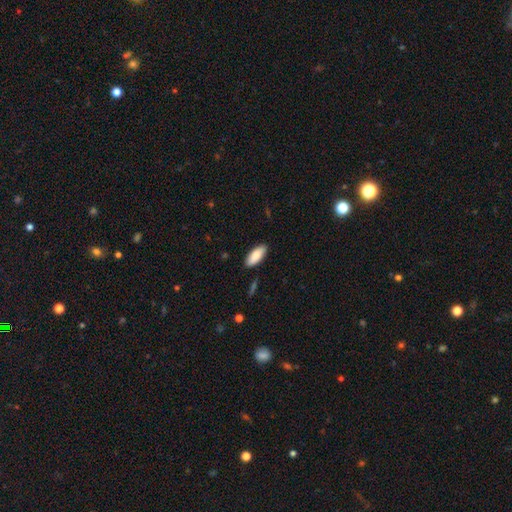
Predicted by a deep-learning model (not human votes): smooth-or-featured: smooth: 87% | featured or disk: 7% | star or artifact: 6%
  how-rounded: in between: 82% | cigar-shaped: 16% | round: 2%
  merging: none: 88% | minor disturbance: 9% | major disturbance: 2% | merger: 1%